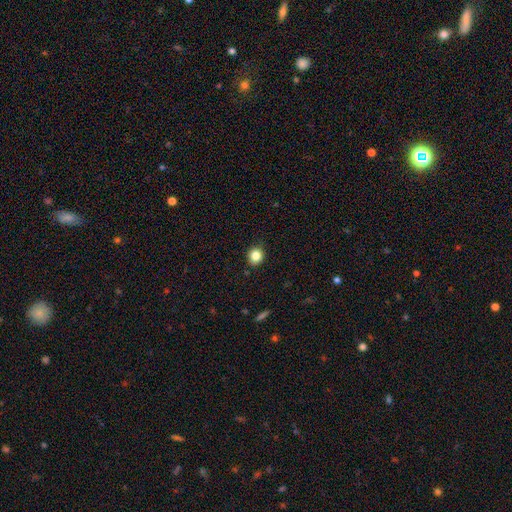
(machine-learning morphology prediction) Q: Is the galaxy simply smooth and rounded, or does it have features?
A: smooth — 83%.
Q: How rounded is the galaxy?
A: round — 81%.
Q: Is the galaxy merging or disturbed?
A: none — 87%.